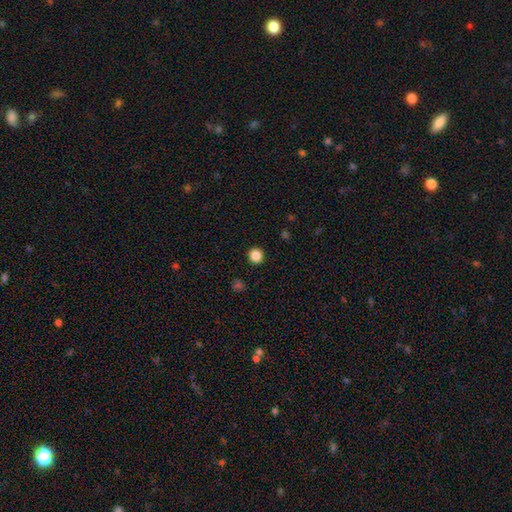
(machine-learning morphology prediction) smooth-or-featured: smooth: 86% | star or artifact: 11% | featured or disk: 3%
  how-rounded: round: 93% | in between: 6% | cigar-shaped: 1%
  merging: none: 93% | minor disturbance: 4% | major disturbance: 2% | merger: 1%